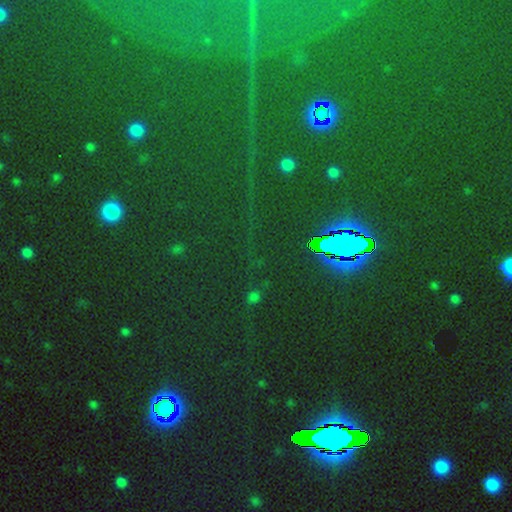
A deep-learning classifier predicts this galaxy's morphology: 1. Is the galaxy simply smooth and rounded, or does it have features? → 84% star or artifact, 9% smooth, 7% featured or disk.